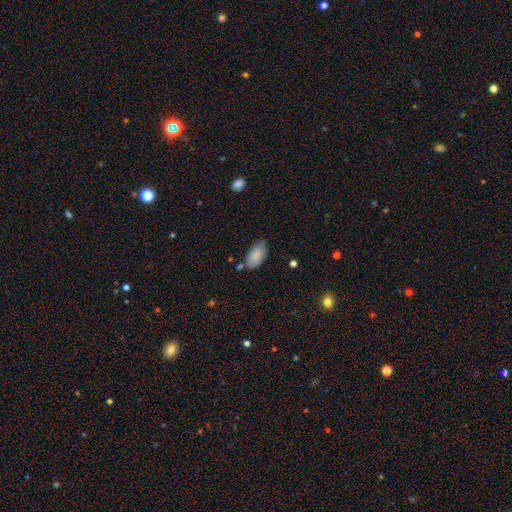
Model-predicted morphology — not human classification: smooth-or-featured: smooth: 85% | featured or disk: 8% | star or artifact: 7%
  how-rounded: in between: 95% | round: 3% | cigar-shaped: 3%
  merging: none: 66% | minor disturbance: 25% | merger: 5% | major disturbance: 5%